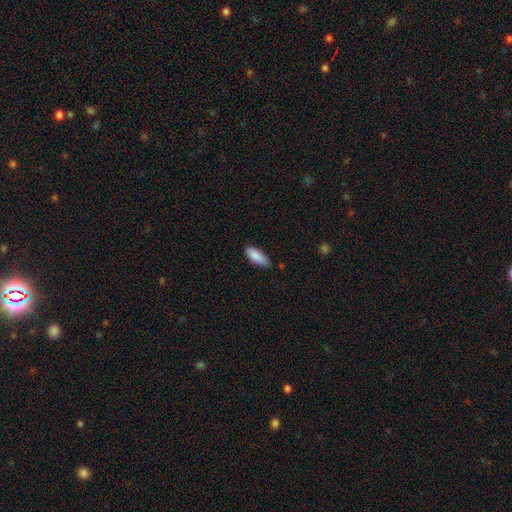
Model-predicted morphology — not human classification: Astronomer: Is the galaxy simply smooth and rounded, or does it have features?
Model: smooth — 87%.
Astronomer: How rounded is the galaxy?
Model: in between — 71%.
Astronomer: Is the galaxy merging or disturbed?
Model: none — 67%.